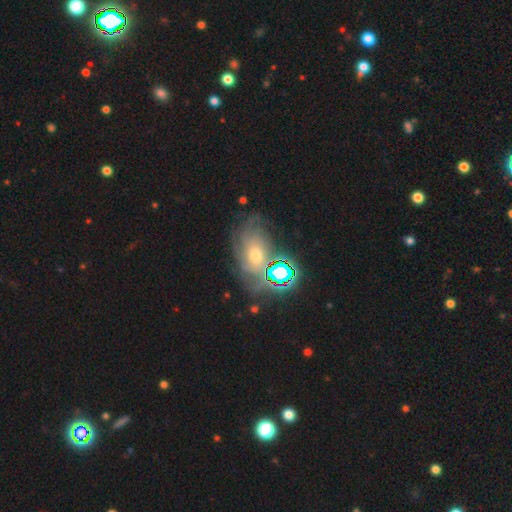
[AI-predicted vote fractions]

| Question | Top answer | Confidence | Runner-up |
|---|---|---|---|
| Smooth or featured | featured or disk | 55% | star or artifact (27%) |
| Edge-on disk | no | 94% | yes (6%) |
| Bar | no | 75% | weak (19%) |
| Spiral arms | yes | 84% | no (16%) |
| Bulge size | moderate | 46% | small (44%) |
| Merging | none | 62% | minor disturbance (19%) |